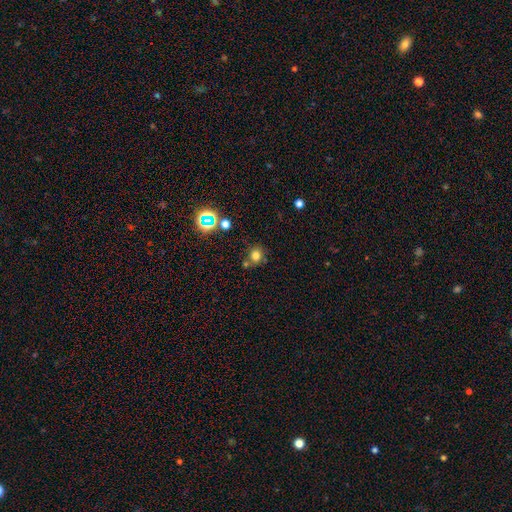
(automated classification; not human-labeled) This is likely a smooth galaxy (72%). How rounded: likely round (79%). Merging: likely none (70%).